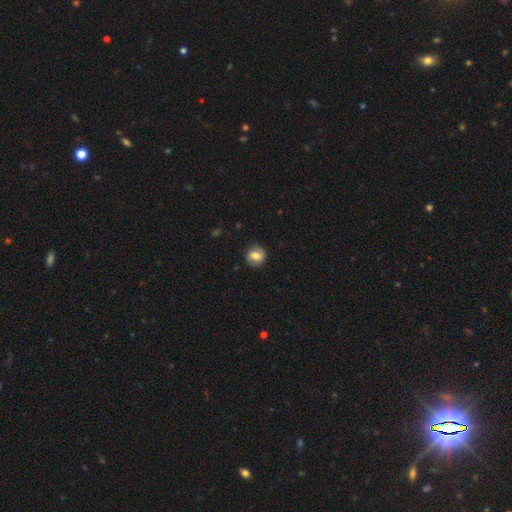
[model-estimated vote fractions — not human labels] smooth 67%, featured or disk 25%, star or artifact 9%. Down the decision tree: how rounded — round (79%); merging — none (84%).